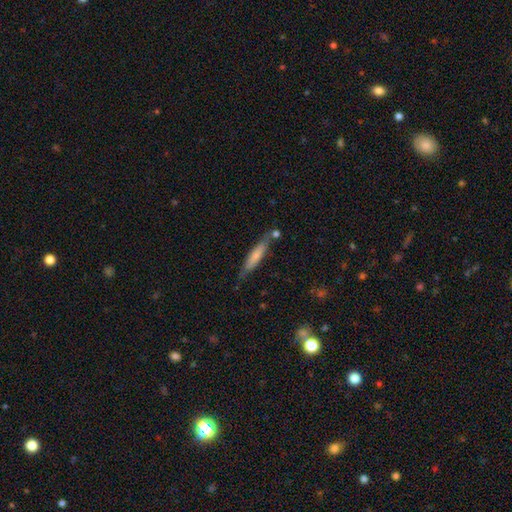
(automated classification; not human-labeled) Q: Smooth or featured?
A: smooth (62%); runner-up: featured or disk (32%)
Q: How rounded?
A: cigar-shaped (87%); runner-up: in between (11%)
Q: Merging?
A: none (70%); runner-up: minor disturbance (18%)